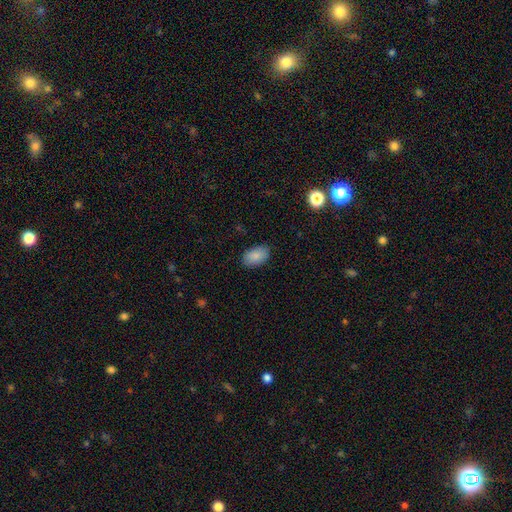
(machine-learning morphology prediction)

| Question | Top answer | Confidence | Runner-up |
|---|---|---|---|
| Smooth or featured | smooth | 87% | star or artifact (7%) |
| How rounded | in between | 92% | round (7%) |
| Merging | none | 85% | minor disturbance (11%) |